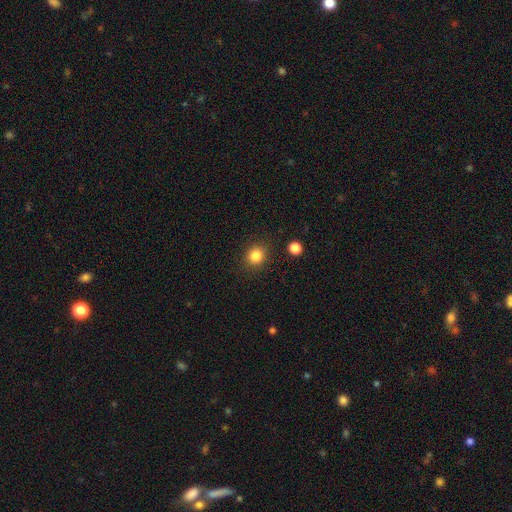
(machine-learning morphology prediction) smooth_or_featured: smooth (p=0.84) [alt: star or artifact p=0.12]
how_rounded: round (p=0.82) [alt: in between p=0.18]
merging: none (p=0.88) [alt: minor disturbance p=0.08]